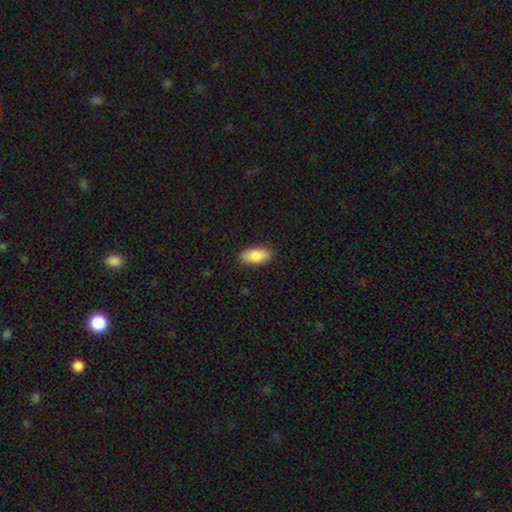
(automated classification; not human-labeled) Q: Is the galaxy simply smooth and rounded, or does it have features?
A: smooth — 86%.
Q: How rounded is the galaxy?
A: in between — 91%.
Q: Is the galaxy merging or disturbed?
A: none — 87%.